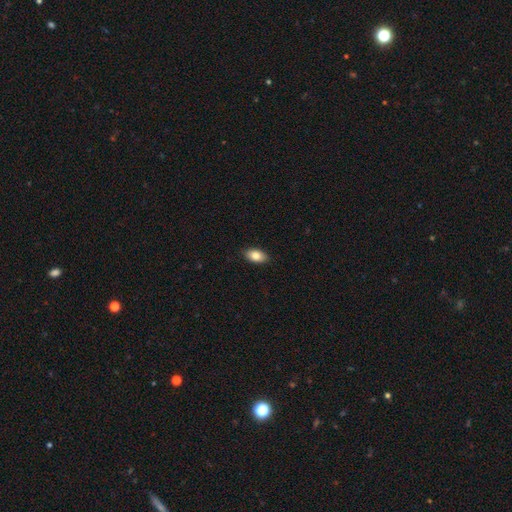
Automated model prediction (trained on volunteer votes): This appears to be a smooth galaxy with no disk features (83%) that is in between round and cigar-shaped (92%). Merging: none (89%).